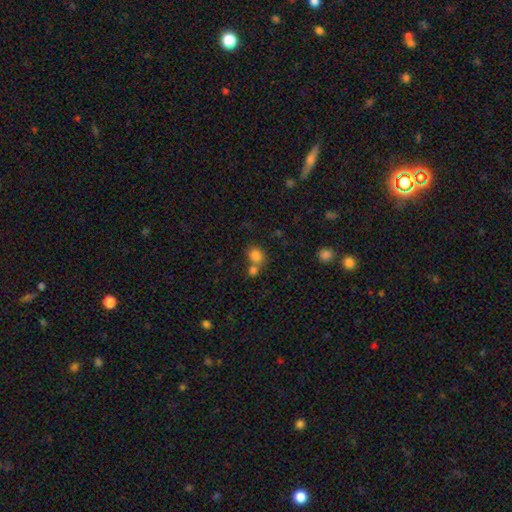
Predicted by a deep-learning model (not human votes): smooth_or_featured: smooth (p=0.82) [alt: star or artifact p=0.11]
how_rounded: round (p=0.63) [alt: in between p=0.36]
merging: none (p=0.46) [alt: merger p=0.41]